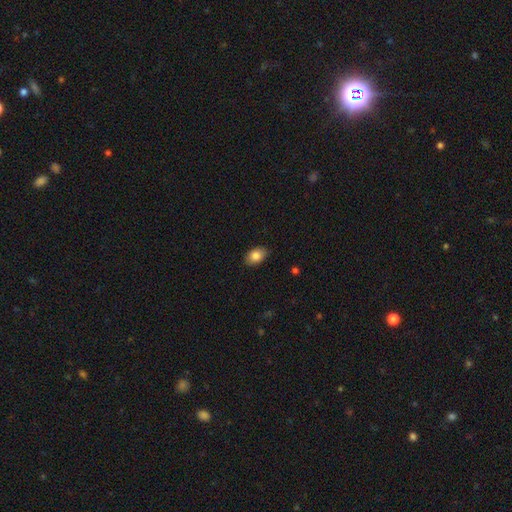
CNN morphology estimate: smooth-or-featured: smooth: 84% | featured or disk: 8% | star or artifact: 8%
  how-rounded: in between: 87% | round: 12% | cigar-shaped: 1%
  merging: none: 87% | minor disturbance: 10% | major disturbance: 2% | merger: 1%